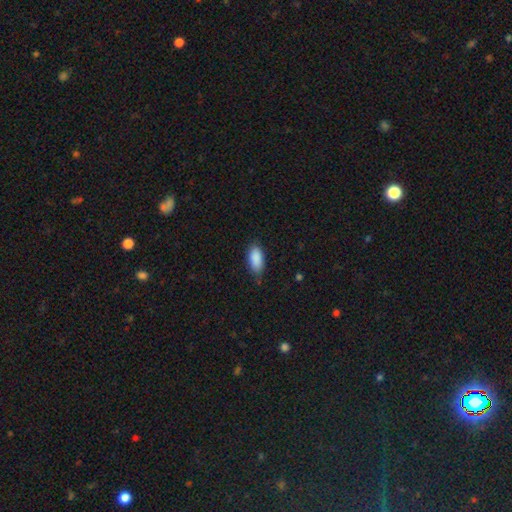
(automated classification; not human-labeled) The model was most divided on "merging": none: 76%, minor disturbance: 19%, major disturbance: 3%, merger: 1%. More confident: how rounded — in between (90%); smooth or featured — smooth (89%).